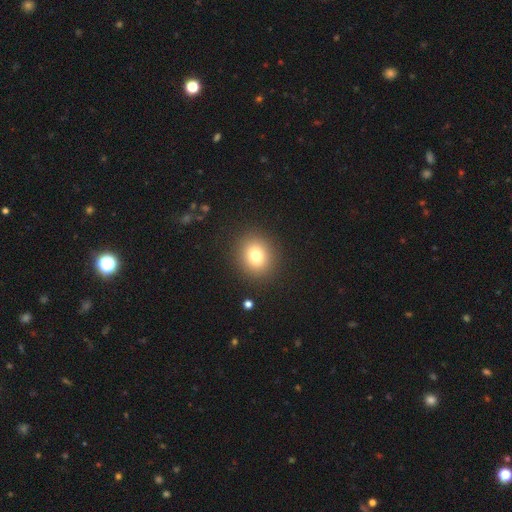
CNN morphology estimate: A smooth galaxy with no disk features (77%) that is round (77%). Merging: none (90%).